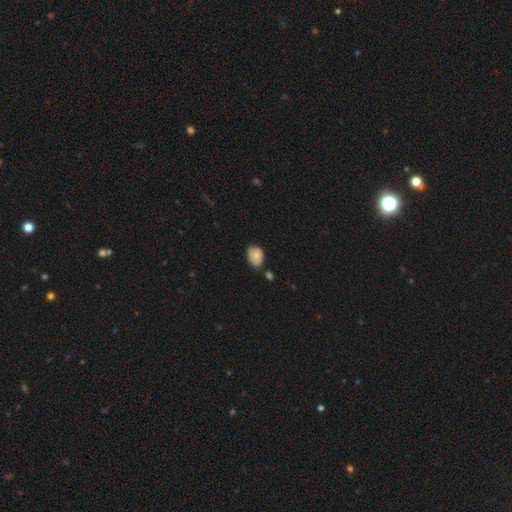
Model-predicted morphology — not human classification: smooth_or_featured: smooth (p=0.80) [alt: featured or disk p=0.12]
how_rounded: in between (p=0.69) [alt: round p=0.30]
merging: none (p=0.59) [alt: minor disturbance p=0.31]